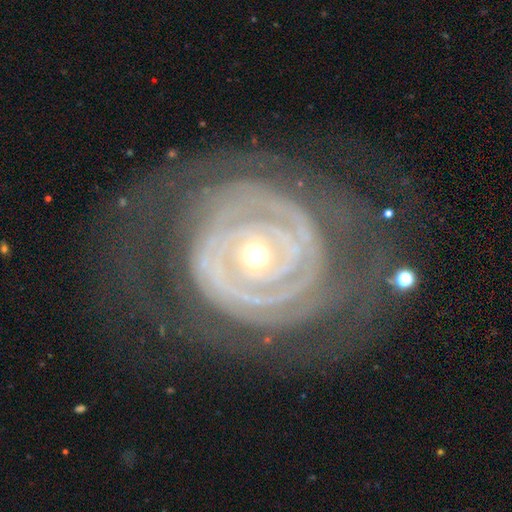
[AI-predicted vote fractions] A featured or disk galaxy (89%) with no bar (68%), 2 (31%) tight (85%) spiral arms (93%) and a small central bulge (54%). Merging: none (66%).